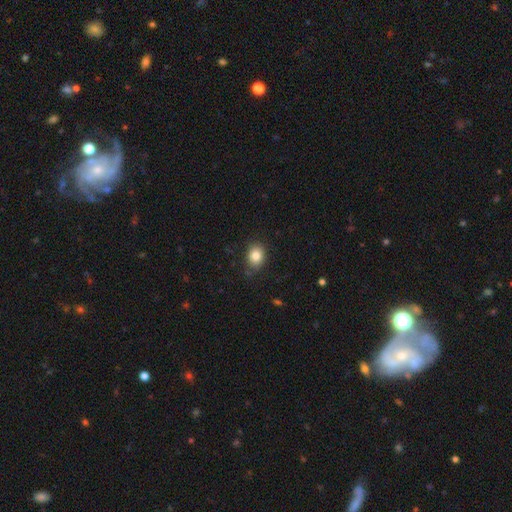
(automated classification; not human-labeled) smooth-or-featured: smooth: 83% | star or artifact: 9% | featured or disk: 7%
  how-rounded: in between: 56% | round: 43% | cigar-shaped: 1%
  merging: none: 82% | minor disturbance: 14% | major disturbance: 3% | merger: 1%